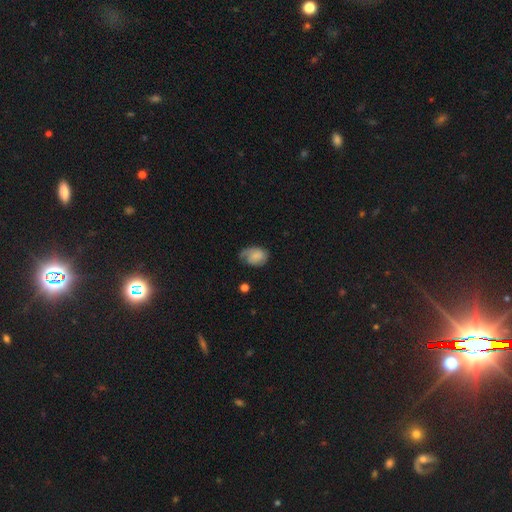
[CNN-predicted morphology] A smooth galaxy with no disk features (57%) that is in between round and cigar-shaped (73%). Merging: none (43%).